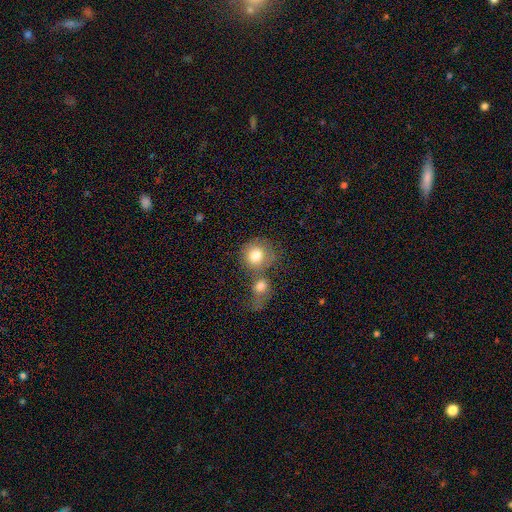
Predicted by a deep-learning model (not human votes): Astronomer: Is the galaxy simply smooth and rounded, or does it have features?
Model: smooth — 78%.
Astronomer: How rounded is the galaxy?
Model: round — 84%.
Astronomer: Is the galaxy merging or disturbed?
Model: merger — 44% (runner-up: none, 39%).